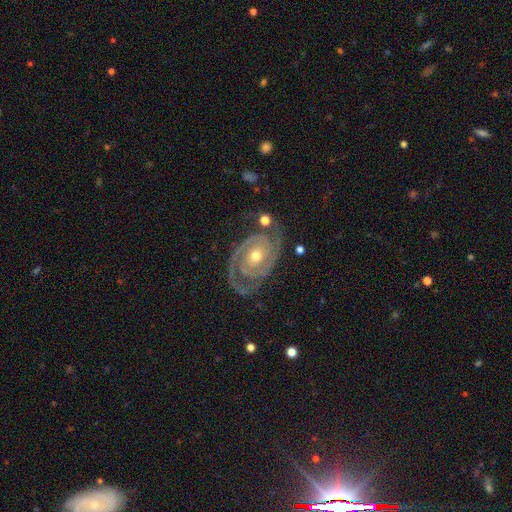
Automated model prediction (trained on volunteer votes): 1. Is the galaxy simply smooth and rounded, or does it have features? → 92% featured or disk, 5% star or artifact, 3% smooth.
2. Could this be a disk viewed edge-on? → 97% no, 3% yes.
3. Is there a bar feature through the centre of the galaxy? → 72% no, 19% weak, 9% strong.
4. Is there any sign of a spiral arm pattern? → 98% yes, 2% no.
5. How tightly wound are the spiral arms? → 75% tight, 21% medium, 3% loose.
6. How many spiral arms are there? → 89% 2, 3% 3, 3% can't tell, 2% 1, 1% 4, 1% more than 4.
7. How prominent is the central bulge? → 60% moderate, 37% small, 2% large, 1% none, 1% dominant.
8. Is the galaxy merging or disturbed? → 78% none, 14% minor disturbance, 5% major disturbance, 2% merger.